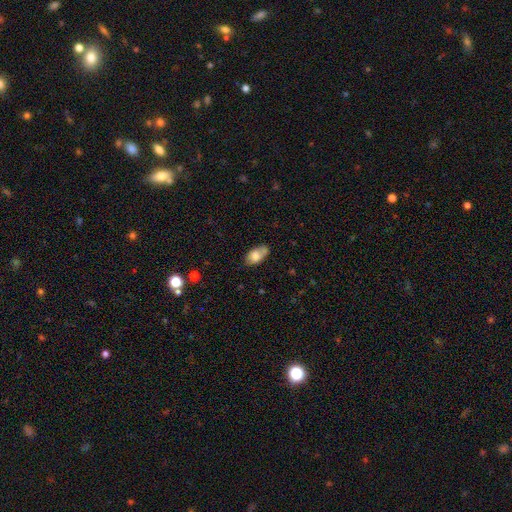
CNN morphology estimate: smooth 75%, featured or disk 17%, star or artifact 8%. Down the decision tree: how rounded — in between (91%); merging — none (61%).